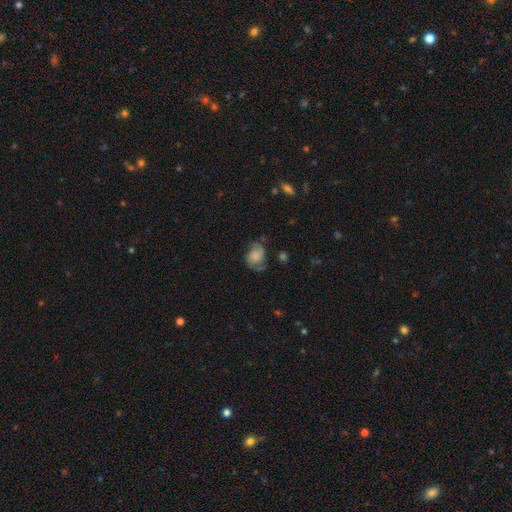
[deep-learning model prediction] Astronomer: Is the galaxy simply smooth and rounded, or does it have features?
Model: featured or disk — 55% (runner-up: smooth, 36%).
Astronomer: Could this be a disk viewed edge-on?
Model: no — 97%.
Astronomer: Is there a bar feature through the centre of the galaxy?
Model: no — 72%.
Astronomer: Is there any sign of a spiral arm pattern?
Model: yes — 87%.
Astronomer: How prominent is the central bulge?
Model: none — 39% (runner-up: large, 21%).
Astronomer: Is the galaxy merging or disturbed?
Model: none — 58%.